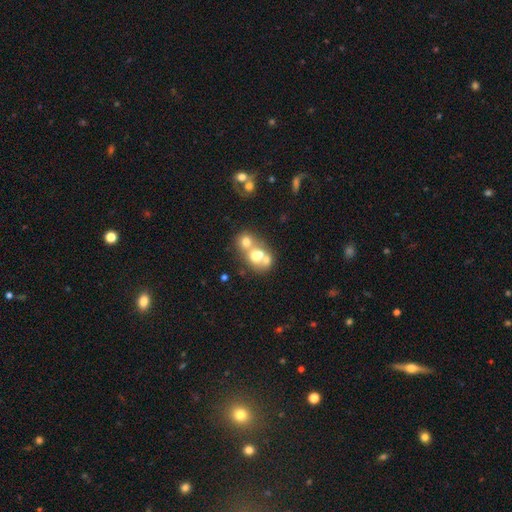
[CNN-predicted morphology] The model was most divided on "smooth or featured": smooth: 56%, featured or disk: 28%, star or artifact: 16%. More confident: how rounded — round (65%); merging — merger (60%).